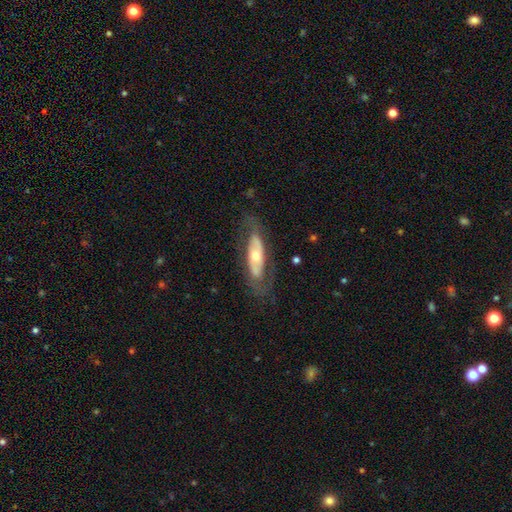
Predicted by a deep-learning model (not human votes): A featured or disk galaxy (61%). Merging: none (69%).